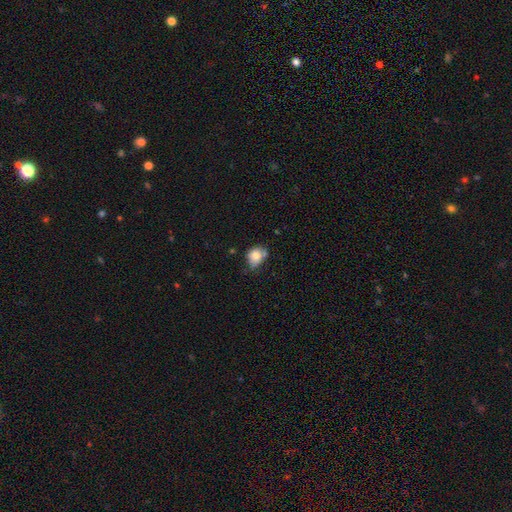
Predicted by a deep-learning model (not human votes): This appears to be a smooth galaxy with no disk features (76%) that is round (55%). Merging: none (42%).